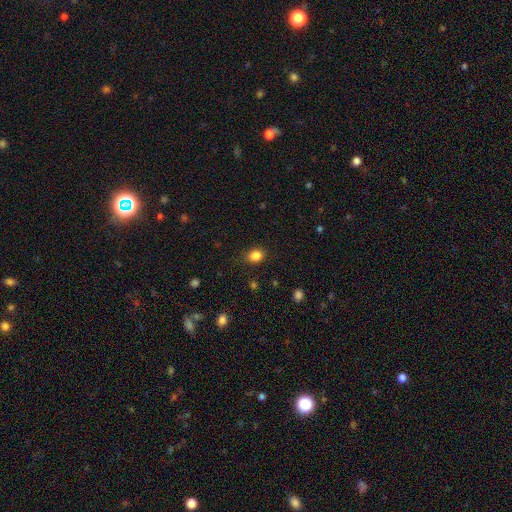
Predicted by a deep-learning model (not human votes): Q: Smooth or featured?
A: smooth (85%); runner-up: star or artifact (11%)
Q: How rounded?
A: in between (55%); runner-up: round (44%)
Q: Merging?
A: none (83%); runner-up: minor disturbance (13%)